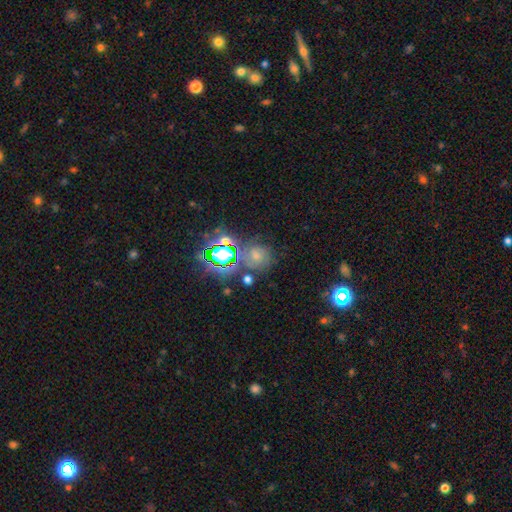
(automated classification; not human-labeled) Overall: smooth (44%; star or artifact 37%). Merging: none (60%).